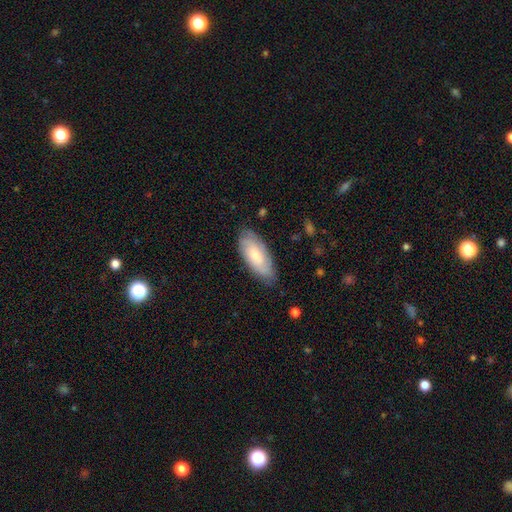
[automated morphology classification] smooth-or-featured: smooth: 55% | featured or disk: 38% | star or artifact: 6%
  how-rounded: in between: 83% | cigar-shaped: 15% | round: 2%
  merging: none: 77% | minor disturbance: 18% | major disturbance: 4% | merger: 1%